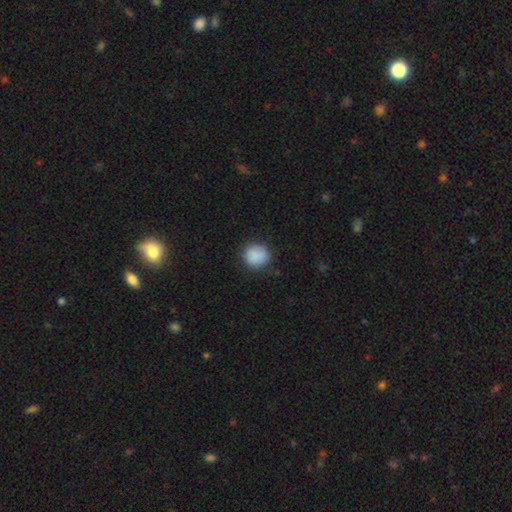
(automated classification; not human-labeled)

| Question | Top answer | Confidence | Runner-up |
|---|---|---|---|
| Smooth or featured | smooth | 88% | star or artifact (8%) |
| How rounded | round | 84% | in between (15%) |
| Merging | none | 85% | minor disturbance (11%) |